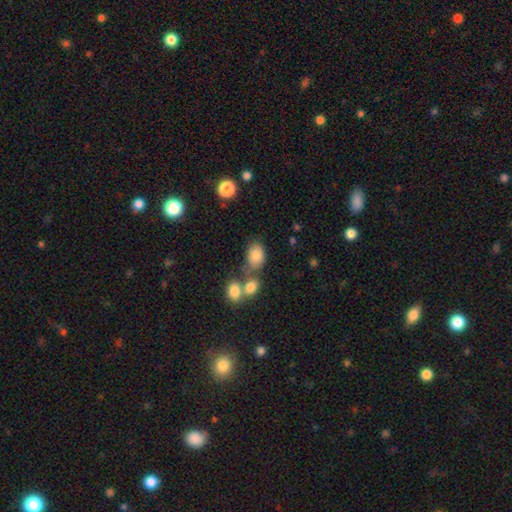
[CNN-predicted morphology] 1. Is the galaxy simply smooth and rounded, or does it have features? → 82% smooth, 9% featured or disk, 9% star or artifact.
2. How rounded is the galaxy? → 81% in between, 17% round, 1% cigar-shaped.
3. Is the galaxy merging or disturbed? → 48% none, 30% merger, 16% minor disturbance, 6% major disturbance.